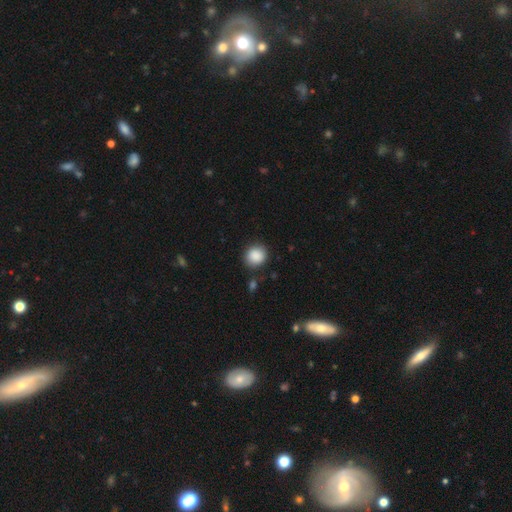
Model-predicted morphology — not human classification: smooth_or_featured: smooth (p=0.88) [alt: star or artifact p=0.08]
how_rounded: round (p=0.85) [alt: in between p=0.14]
merging: none (p=0.86) [alt: minor disturbance p=0.09]